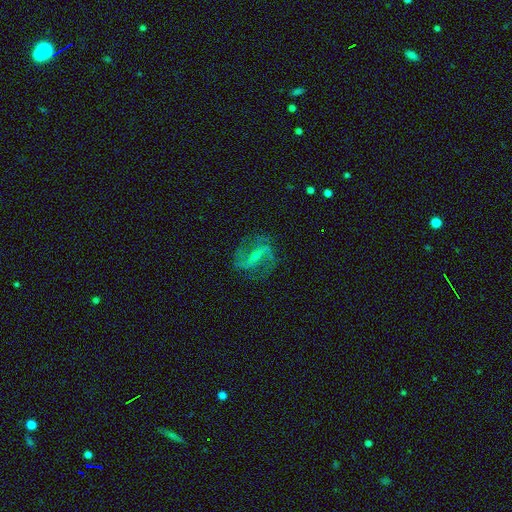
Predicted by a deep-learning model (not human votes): smooth_or_featured: featured or disk (p=0.85) [alt: smooth p=0.08]
disk_edge_on: no (p=0.96) [alt: yes p=0.04]
bar: weak (p=0.41) [alt: strong p=0.38]
has_spiral_arms: yes (p=0.95) [alt: no p=0.05]
spiral_winding: medium (p=0.47) [alt: loose p=0.40]
spiral_arm_count: 2 (p=0.84) [alt: 3 p=0.05]
bulge_size: small (p=0.68) [alt: moderate p=0.25]
merging: none (p=0.76) [alt: minor disturbance p=0.14]